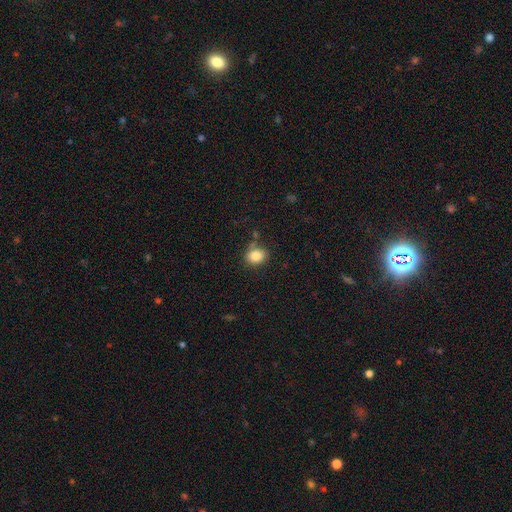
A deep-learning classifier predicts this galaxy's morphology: A smooth galaxy with no disk features (84%) that is round (51%). Merging: none (74%).